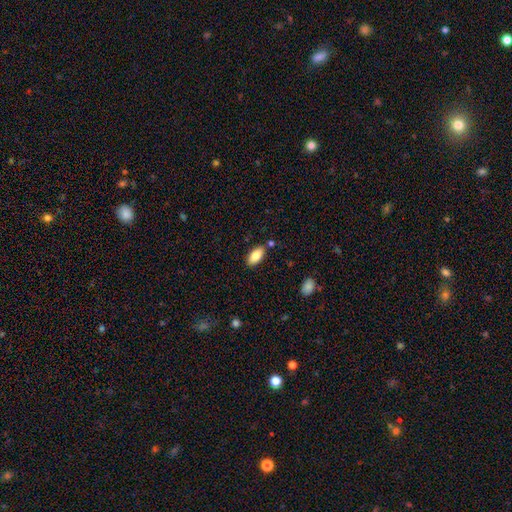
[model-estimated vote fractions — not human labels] Morphology: type=smooth (83%); roundness=in between (92%); merging=none (83%).